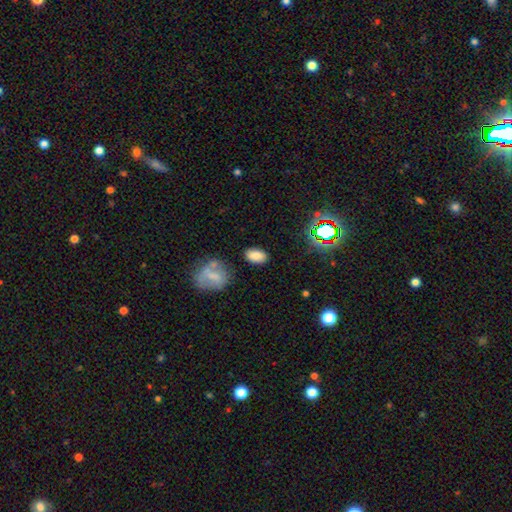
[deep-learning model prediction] A smooth galaxy with no disk features (82%) that is in between round and cigar-shaped (89%).

Vote fractions:
- Smooth or featured? smooth: 82% / star or artifact: 11% / featured or disk: 6%
- How rounded? in between: 89% / round: 9% / cigar-shaped: 2%
- Merging? none: 82% / minor disturbance: 11% / major disturbance: 3% / merger: 3%